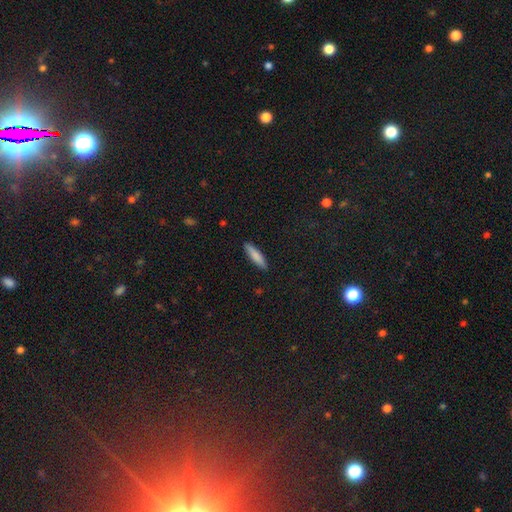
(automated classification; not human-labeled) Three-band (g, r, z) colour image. It shows a smooth galaxy with no disk features (82%) that is cigar-shaped (81%). Merging: none (90%).